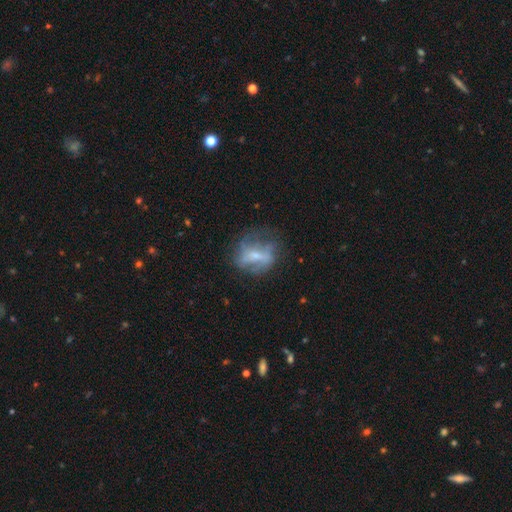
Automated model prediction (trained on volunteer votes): The model was most divided on "bar" (2-way tie): weak: 39%, no: 39%, strong: 22%. More confident: edge-on disk — no (93%); smooth or featured — featured or disk (57%); spiral arms — no (56%); bulge size — small (52%); merging — none (51%).